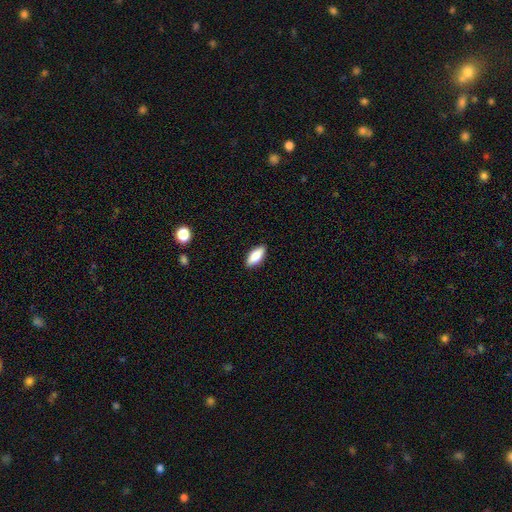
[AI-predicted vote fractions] Smooth or featured? Predicted: smooth (p=0.81). How rounded? Predicted: in between (p=0.82). Merging? Predicted: none (p=0.89).